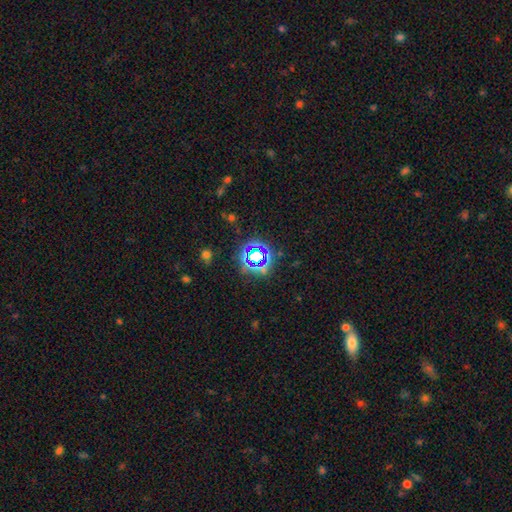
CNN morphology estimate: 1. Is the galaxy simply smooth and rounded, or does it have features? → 68% star or artifact, 21% smooth, 11% featured or disk.